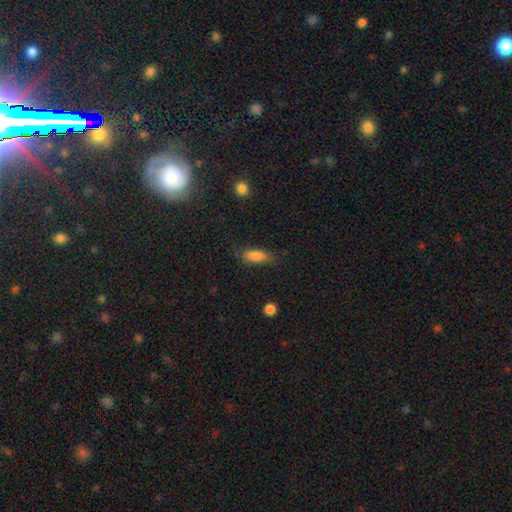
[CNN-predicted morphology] This is clearly a smooth galaxy (83%). How rounded: likely in between (70%). Merging: likely none (68%).